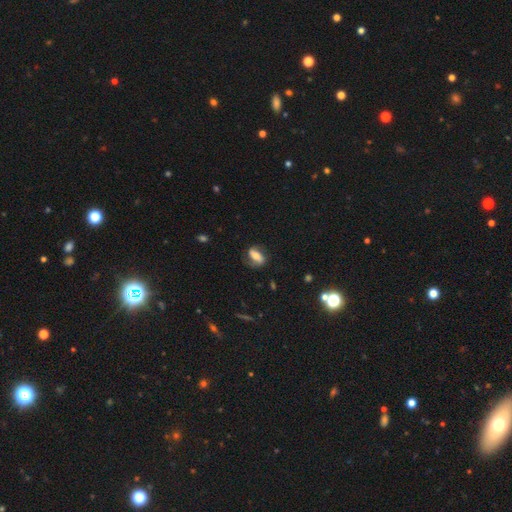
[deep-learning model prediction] Overall: featured or disk (54%; smooth 37%). Edge-on disk: no (91%). Merging: none (65%).